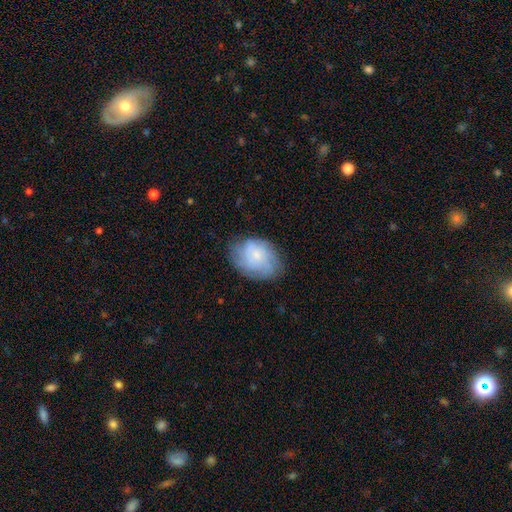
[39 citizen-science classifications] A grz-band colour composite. It shows a featured or disk galaxy (49%) with no bar (74%), tight (60%) spiral arms (79%) and a small central bulge (68%). Merging: none (77%).